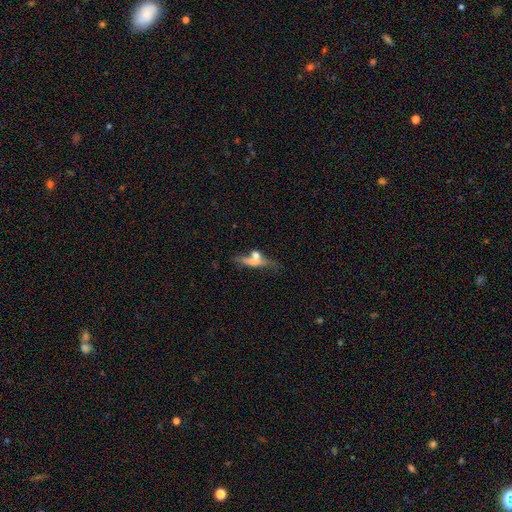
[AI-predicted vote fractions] The model was most divided on "merging": merger: 35%, none: 31%, minor disturbance: 17%, major disturbance: 16%. Remaining: smooth or featured — smooth (49%).